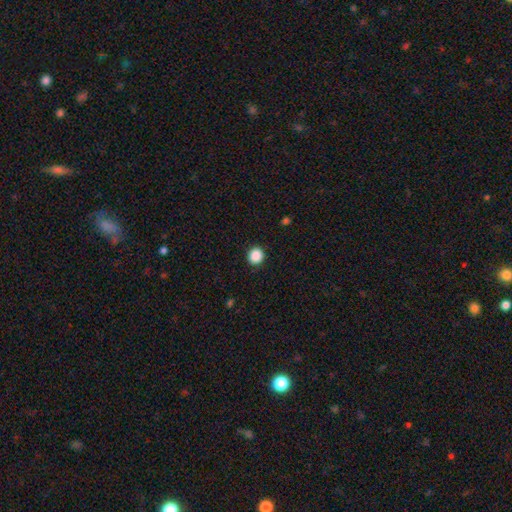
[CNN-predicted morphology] Smooth or featured: smooth — 88% (star or artifact — 9%)
How rounded: round — 89% (in between — 10%)
Merging: none — 92% (minor disturbance — 5%)